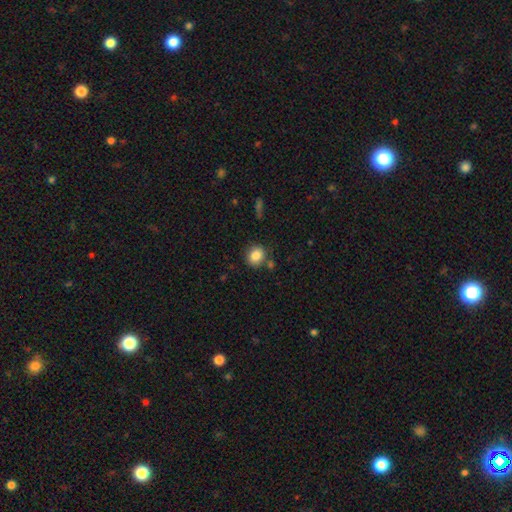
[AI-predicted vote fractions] smooth 85%, star or artifact 9%, featured or disk 6%. Down the decision tree: how rounded — round (75%); merging — none (79%).